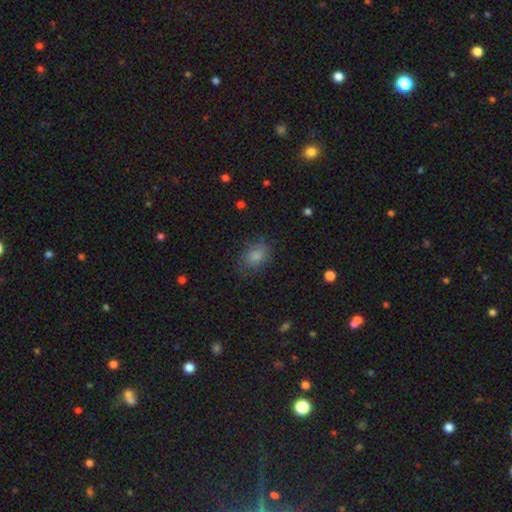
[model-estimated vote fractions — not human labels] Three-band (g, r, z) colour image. It shows a smooth galaxy with no disk features (71%) that is in between round and cigar-shaped (61%). Merging: none (76%).